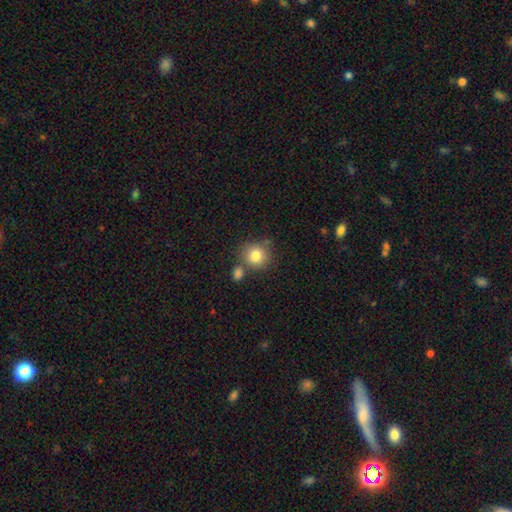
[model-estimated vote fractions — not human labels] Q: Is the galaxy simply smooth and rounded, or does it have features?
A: smooth — 82%.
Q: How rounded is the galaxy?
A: round — 87%.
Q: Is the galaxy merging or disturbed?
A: none — 65%.